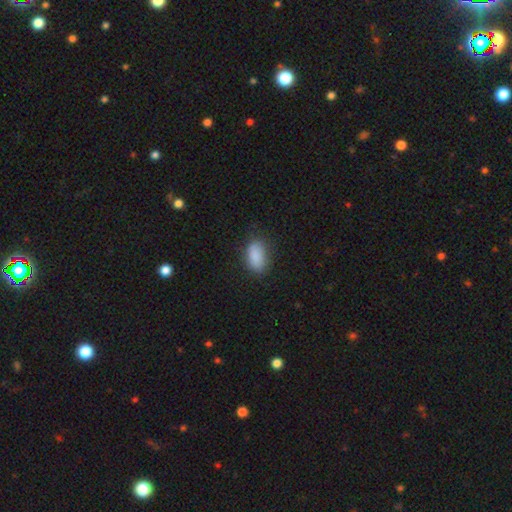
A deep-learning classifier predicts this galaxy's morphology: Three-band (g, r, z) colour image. It shows a smooth galaxy with no disk features (87%) that is in between round and cigar-shaped (91%). Merging: none (75%).